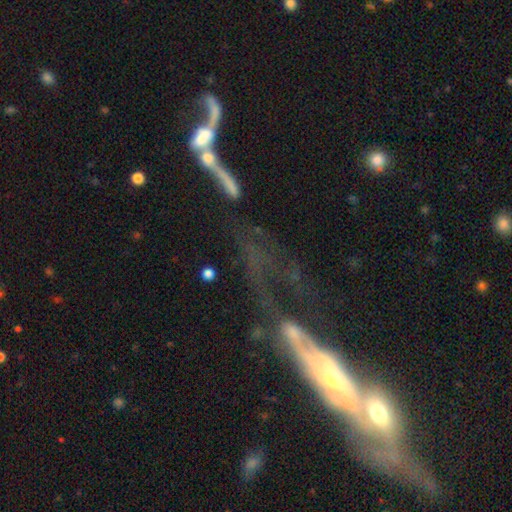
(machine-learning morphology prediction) The model was most divided on "merging": merger: 40%, major disturbance: 26%, none: 22%, minor disturbance: 12%. More confident: smooth or featured — featured or disk (63%); edge-on disk — no (62%).